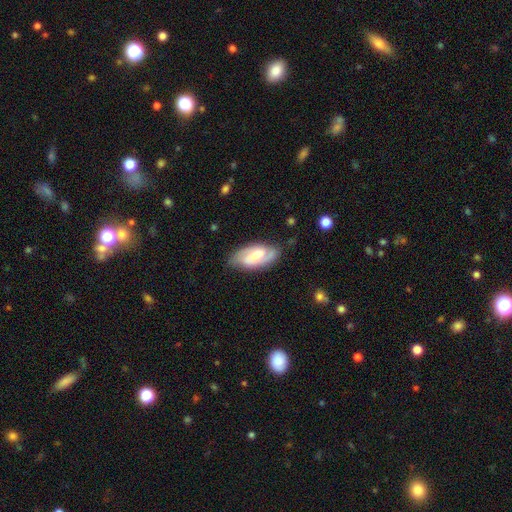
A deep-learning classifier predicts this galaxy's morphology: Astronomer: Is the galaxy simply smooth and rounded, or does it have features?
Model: featured or disk — 66%.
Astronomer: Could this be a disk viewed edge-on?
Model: no — 93%.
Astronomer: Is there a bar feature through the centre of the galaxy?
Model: weak — 46% (runner-up: strong, 28%).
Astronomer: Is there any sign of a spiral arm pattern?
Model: yes — 86%.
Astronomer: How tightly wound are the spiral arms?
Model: medium — 45% (runner-up: tight, 38%).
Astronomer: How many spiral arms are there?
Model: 2 — 80%.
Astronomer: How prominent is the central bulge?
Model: moderate — 51% (runner-up: small, 31%).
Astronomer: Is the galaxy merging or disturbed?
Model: none — 78%.